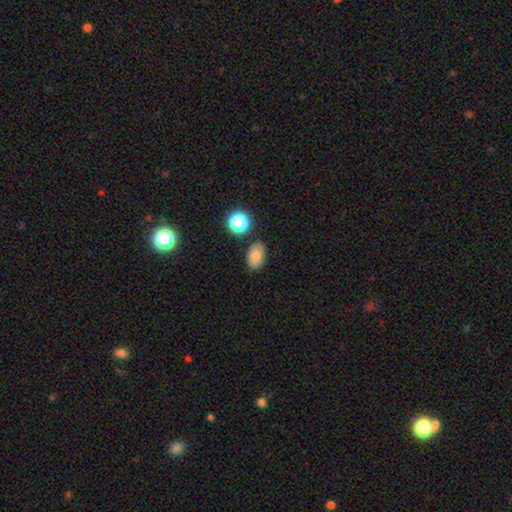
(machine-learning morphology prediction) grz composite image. It shows a smooth galaxy with no disk features (81%) that is in between round and cigar-shaped (83%). Merging: none (81%).